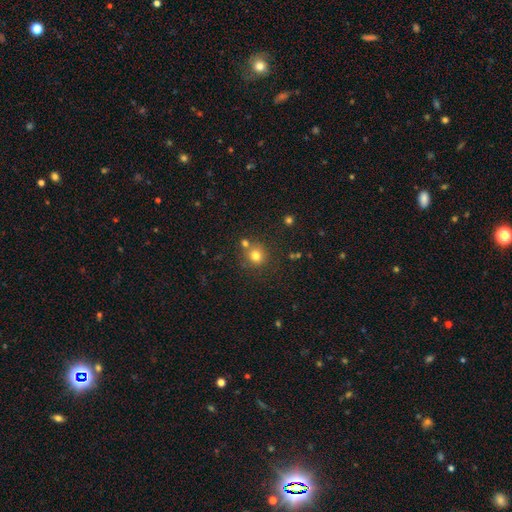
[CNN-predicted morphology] Q: Smooth or featured?
A: smooth (77%); runner-up: star or artifact (15%)
Q: How rounded?
A: round (89%); runner-up: in between (10%)
Q: Merging?
A: none (71%); runner-up: merger (16%)